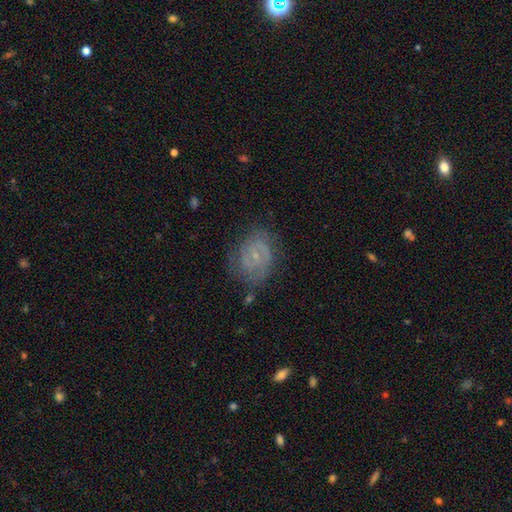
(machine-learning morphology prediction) Overall: featured or disk (72%). Edge-on disk: no (97%). Bar: no (48%; weak 43%). Spiral arms: yes (89%). Spiral arm count: 2 (62%). Spiral winding: tight (52%; medium 37%). Bulge size: small (72%). Merging: none (71%).